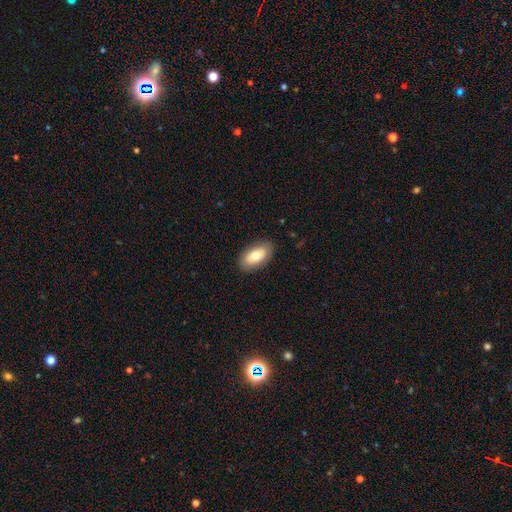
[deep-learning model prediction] The model was most divided on "smooth or featured": smooth: 70%, featured or disk: 24%, star or artifact: 6%. More confident: how rounded — in between (93%); merging — none (86%).